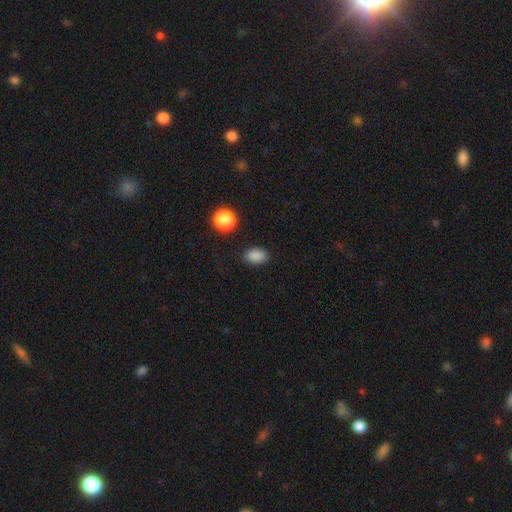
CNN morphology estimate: Overall: smooth (86%). How rounded: in between (75%). Merging: none (85%).